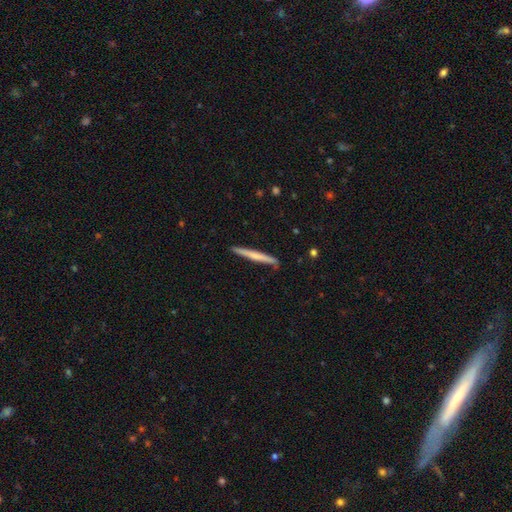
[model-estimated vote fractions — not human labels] smooth_or_featured: smooth (p=0.49) [alt: featured or disk p=0.46]
merging: none (p=0.87) [alt: minor disturbance p=0.10]